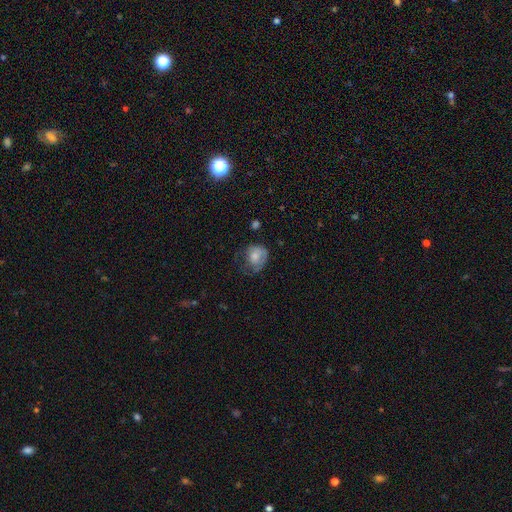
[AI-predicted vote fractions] Overall: smooth (62%; featured or disk 30%). How rounded: round (64%; in between 35%). Merging: none (38%; minor disturbance 31%).